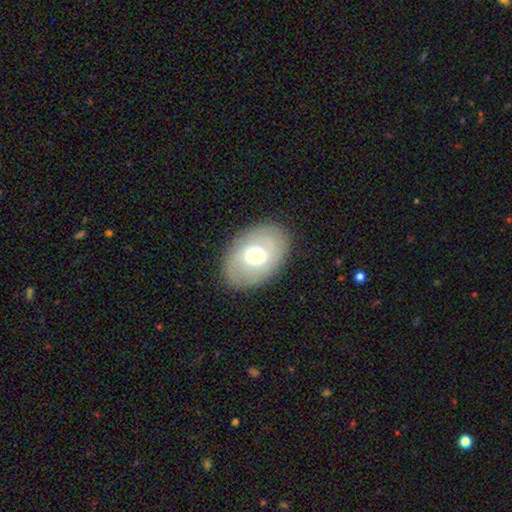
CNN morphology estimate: Smooth or featured?
  - smooth: 53% *
  - featured or disk: 39%
  - star or artifact: 8%
How rounded?
  - in between: 81% *
  - round: 18%
  - cigar-shaped: 1%
Merging?
  - none: 85% *
  - minor disturbance: 10%
  - major disturbance: 4%
  - merger: 1%